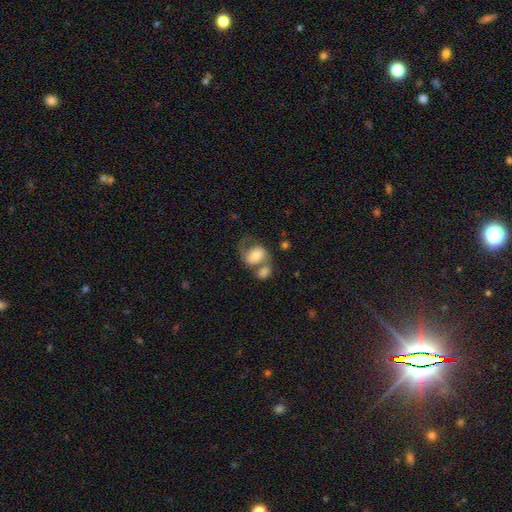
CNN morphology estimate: Overall: smooth (54%; featured or disk 38%). How rounded: in between (64%; round 34%). Merging: merger (49%; none 24%).